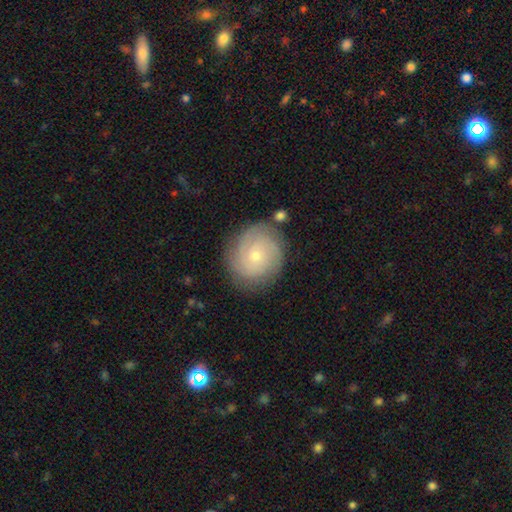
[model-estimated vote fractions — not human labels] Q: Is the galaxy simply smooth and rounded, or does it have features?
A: featured or disk — 63%.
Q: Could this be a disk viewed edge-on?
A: no — 97%.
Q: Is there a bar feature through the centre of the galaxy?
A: no — 80%.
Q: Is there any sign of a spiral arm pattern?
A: yes — 89%.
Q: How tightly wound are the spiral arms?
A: tight — 69%.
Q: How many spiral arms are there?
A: can't tell — 35%.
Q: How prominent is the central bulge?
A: small — 74%.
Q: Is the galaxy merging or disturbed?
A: none — 80%.